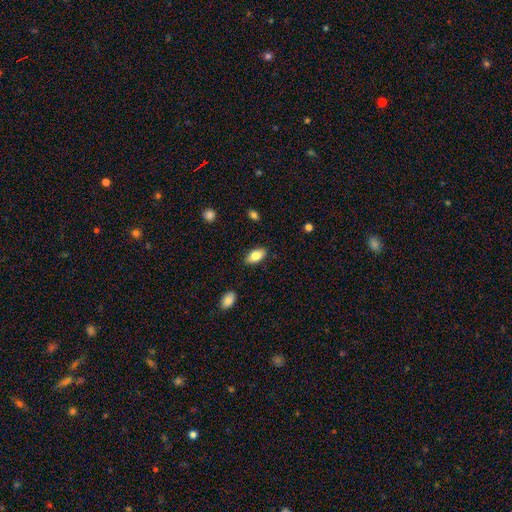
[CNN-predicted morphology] Smooth or featured? Predicted: smooth (p=0.82). How rounded? Predicted: in between (p=0.92). Merging? Predicted: none (p=0.87).